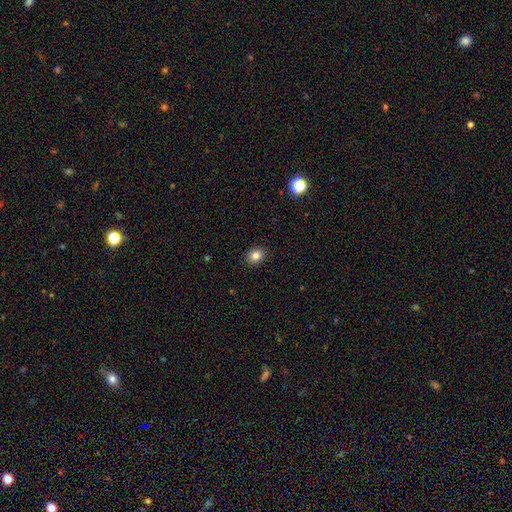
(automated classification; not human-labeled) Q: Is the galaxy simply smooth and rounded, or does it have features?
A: smooth — 84%.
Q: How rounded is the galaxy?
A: round — 54%.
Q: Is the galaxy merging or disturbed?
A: none — 90%.